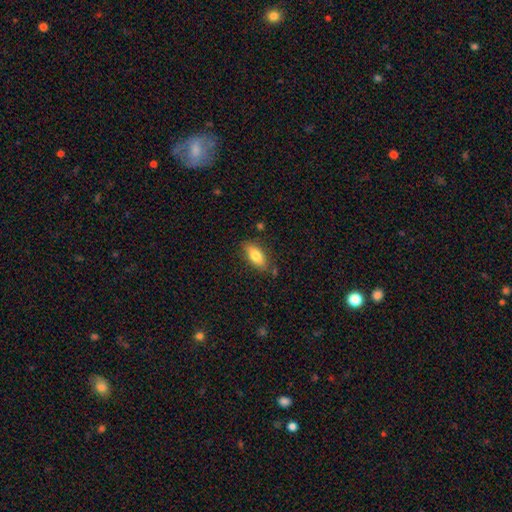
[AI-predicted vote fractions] smooth 79%, featured or disk 14%, star or artifact 7%. Down the decision tree: how rounded — in between (84%); merging — none (79%).